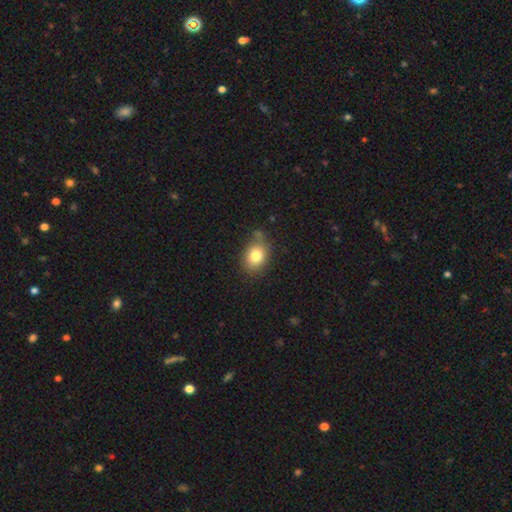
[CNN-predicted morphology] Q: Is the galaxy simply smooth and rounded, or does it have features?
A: smooth — 80%.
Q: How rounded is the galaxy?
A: in between — 59%.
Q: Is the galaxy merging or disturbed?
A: none — 72%.